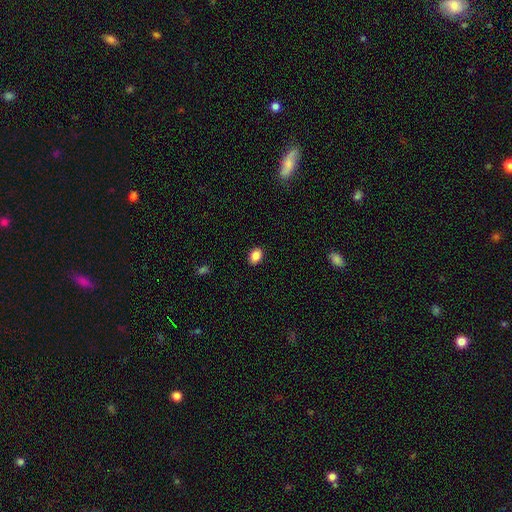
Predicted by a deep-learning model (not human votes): smooth-or-featured: smooth: 87% | star or artifact: 9% | featured or disk: 4%
  how-rounded: in between: 73% | round: 26% | cigar-shaped: 1%
  merging: none: 89% | minor disturbance: 8% | major disturbance: 2% | merger: 1%